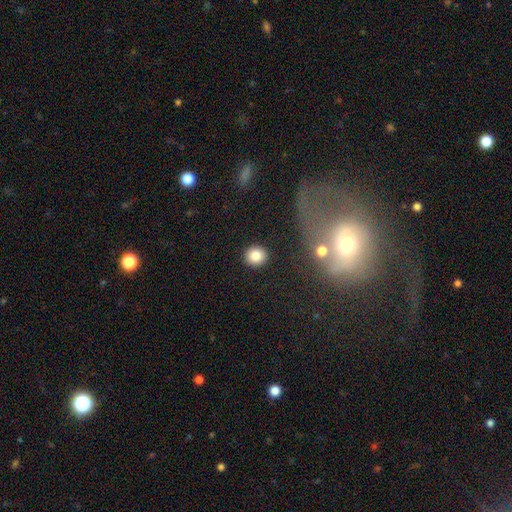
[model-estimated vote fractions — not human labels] smooth 83%, star or artifact 10%, featured or disk 7%. Down the decision tree: how rounded — round (90%); merging — none (91%).